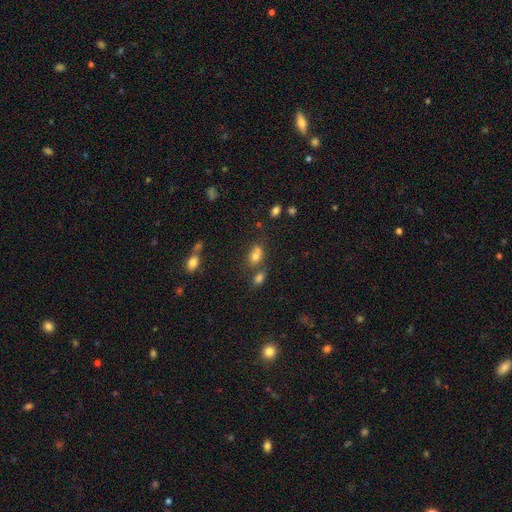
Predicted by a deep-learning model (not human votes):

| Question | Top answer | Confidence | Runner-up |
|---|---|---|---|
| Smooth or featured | smooth | 68% | star or artifact (18%) |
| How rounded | round | 49% | tied: in between (49%) |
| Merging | merger | 48% | none (36%) |